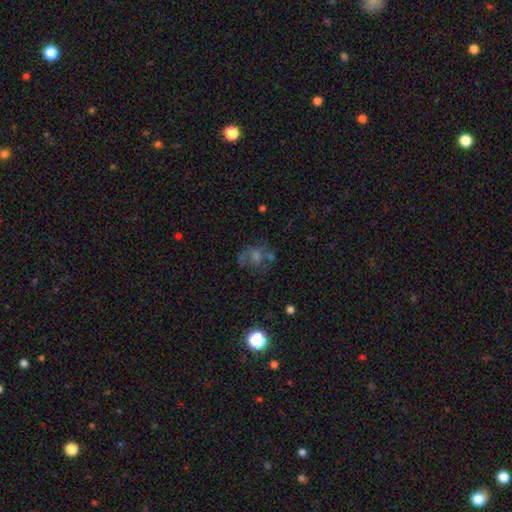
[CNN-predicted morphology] A featured or disk galaxy (42%).

Vote fractions:
- Smooth or featured? featured or disk: 42% / smooth: 29% / star or artifact: 29%
- Merging? none: 55% / minor disturbance: 18% / major disturbance: 17% / merger: 11%